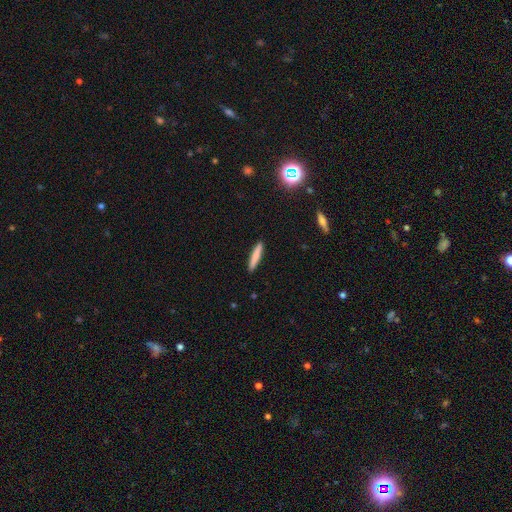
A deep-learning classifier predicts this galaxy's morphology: Smooth or featured? smooth (79%)
How rounded? cigar-shaped (92%)
Merging? none (92%)